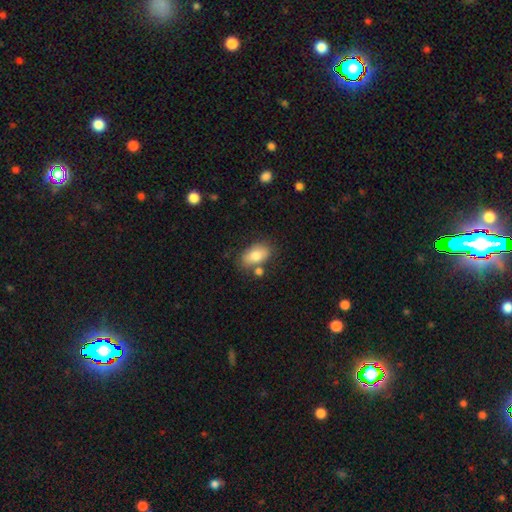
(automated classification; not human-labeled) Smooth or featured? smooth (78%)
How rounded? in between (90%)
Merging? none (68%)